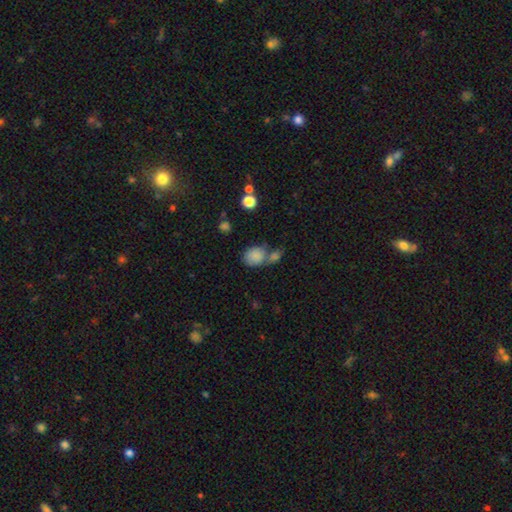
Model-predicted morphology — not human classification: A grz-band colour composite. It shows a smooth galaxy with no disk features (84%) that is in between round and cigar-shaped (50%). Merging: merger (40%, tied with none).